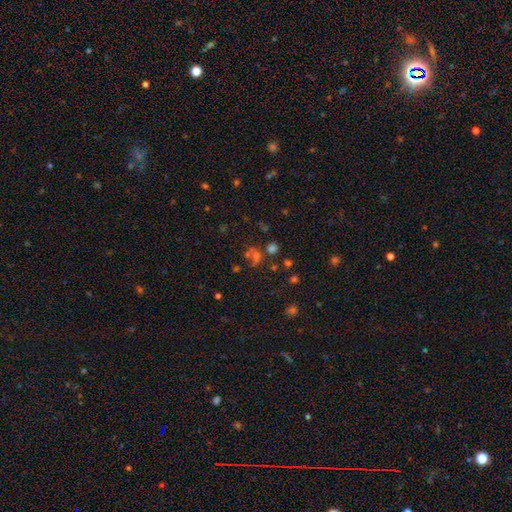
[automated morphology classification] The model was most divided on "smooth or featured": star or artifact: 44%, smooth: 39%, featured or disk: 17%.